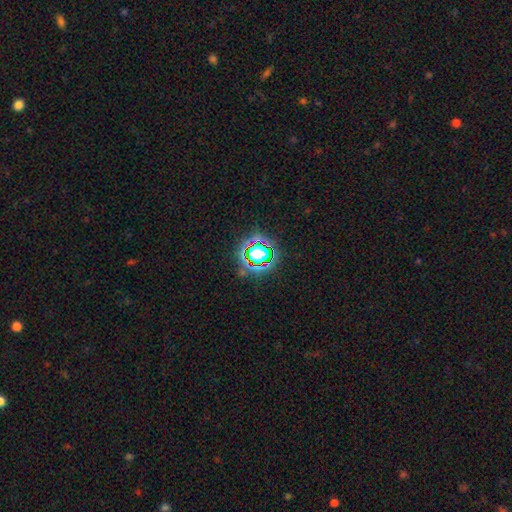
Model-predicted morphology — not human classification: Overall: star or artifact (60%; smooth 26%).